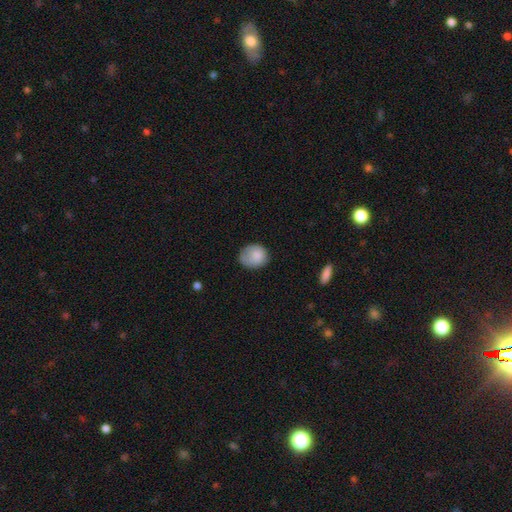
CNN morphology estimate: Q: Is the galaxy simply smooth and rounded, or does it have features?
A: smooth — 82%.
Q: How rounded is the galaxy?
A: round — 66%.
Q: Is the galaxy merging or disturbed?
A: none — 63%.